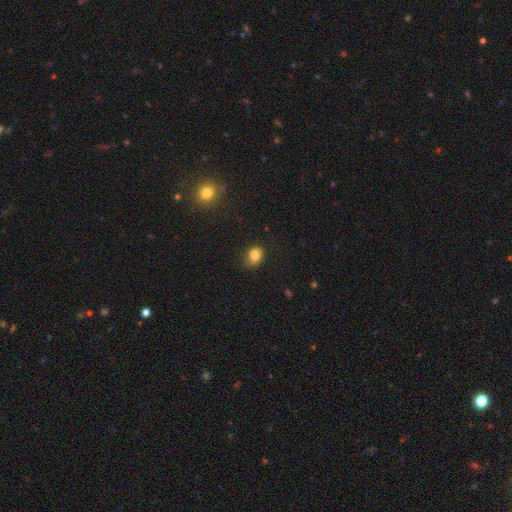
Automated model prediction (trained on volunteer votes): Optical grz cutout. It shows a smooth galaxy with no disk features (80%) that is in between round and cigar-shaped (50%). Merging: none (67%).